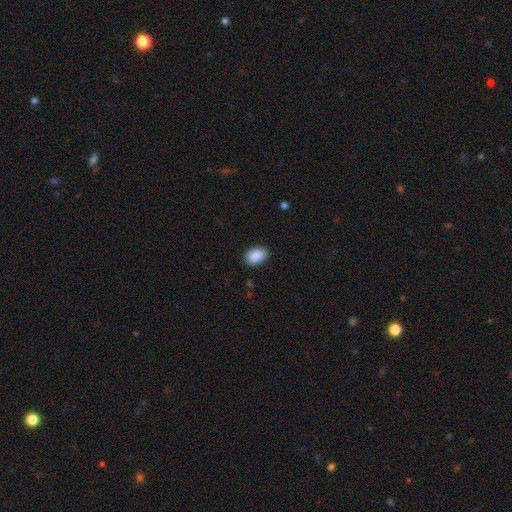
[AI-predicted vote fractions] Q: Smooth or featured?
A: smooth (89%); runner-up: star or artifact (7%)
Q: How rounded?
A: in between (87%); runner-up: round (12%)
Q: Merging?
A: none (86%); runner-up: minor disturbance (11%)